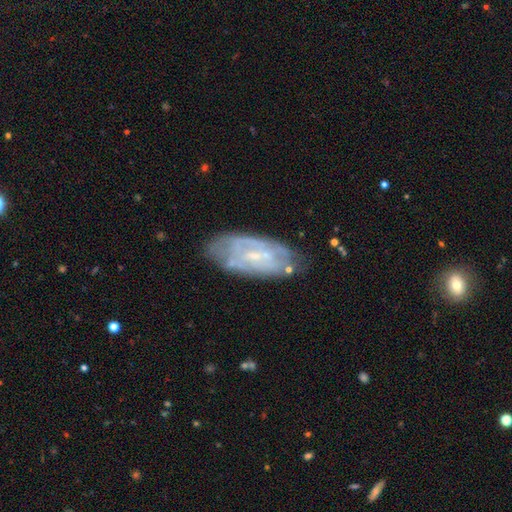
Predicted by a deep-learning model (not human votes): This is likely a featured or disk galaxy (71%). It is clearly not viewed edge-on (91%). Bar: possibly no (47%). Spiral arm pattern: possibly yes (60%). Central bulge: likely small (65%). Merging: likely none (64%).